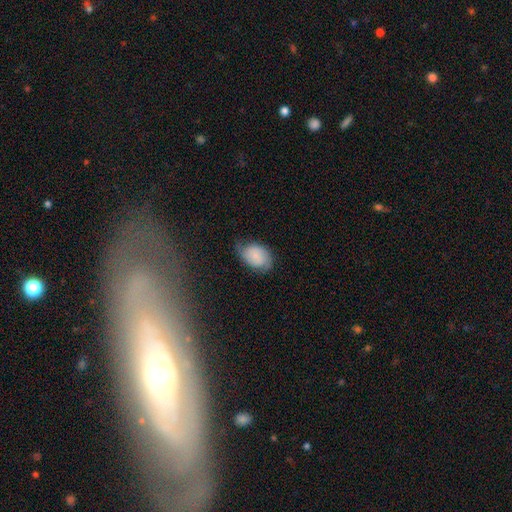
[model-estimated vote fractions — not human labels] smooth_or_featured: smooth (p=0.64) [alt: featured or disk p=0.27]
how_rounded: in between (p=0.81) [alt: round p=0.18]
merging: none (p=0.52) [alt: minor disturbance p=0.34]